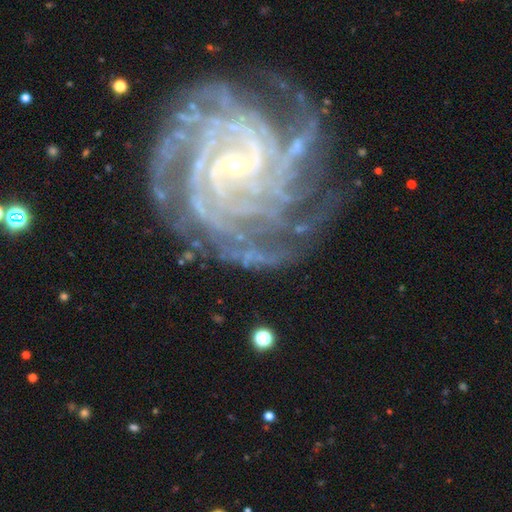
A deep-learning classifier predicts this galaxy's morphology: A featured or disk galaxy (91%) with no bar (46%), 4 (24%) tight (73%) spiral arms (98%) and a small central bulge (86%). Merging: none (68%).